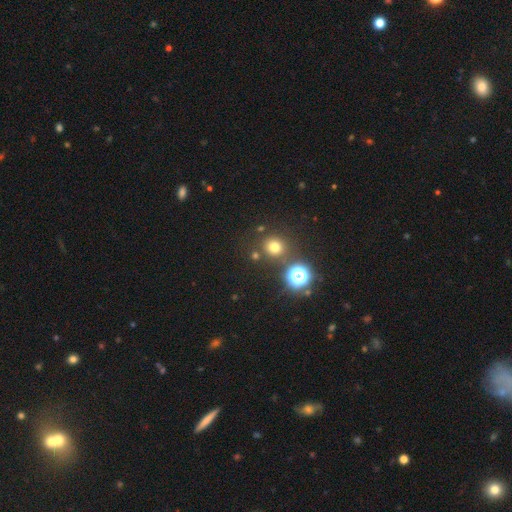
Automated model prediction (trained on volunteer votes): Morphology: type=smooth (60%); roundness=round (91%); merging=none (82%).